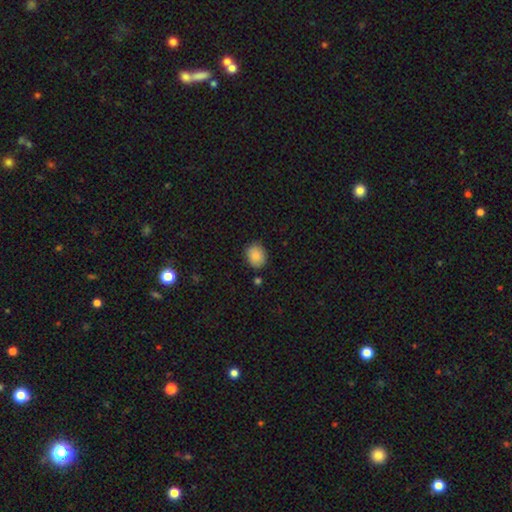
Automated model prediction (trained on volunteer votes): A smooth galaxy with no disk features (86%) that is round (51%).

Vote fractions:
- Smooth or featured? smooth: 86% / star or artifact: 8% / featured or disk: 6%
- How rounded? round: 51% / in between: 48% / cigar-shaped: 1%
- Merging? none: 82% / minor disturbance: 13% / merger: 3% / major disturbance: 3%